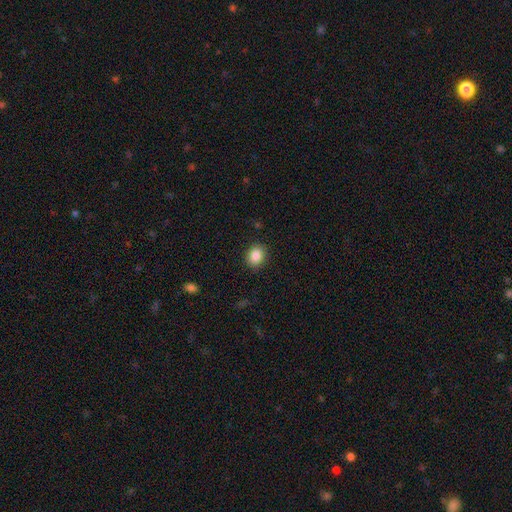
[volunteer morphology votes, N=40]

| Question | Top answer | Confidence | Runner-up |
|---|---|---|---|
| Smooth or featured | smooth | 85% | featured or disk (8%) |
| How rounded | round | 53% | in between (47%) |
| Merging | none | 86% | minor disturbance (8%) |